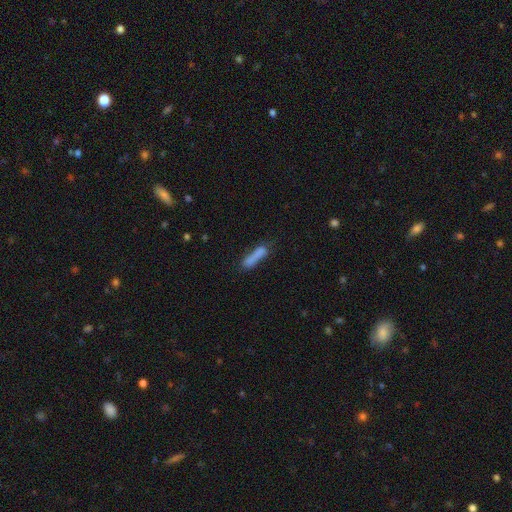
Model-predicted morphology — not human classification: A smooth galaxy with no disk features (77%) that is cigar-shaped (82%).

Vote fractions:
- Smooth or featured? smooth: 77% / featured or disk: 15% / star or artifact: 9%
- How rounded? cigar-shaped: 82% / in between: 16% / round: 2%
- Merging? none: 59% / minor disturbance: 21% / merger: 11% / major disturbance: 9%